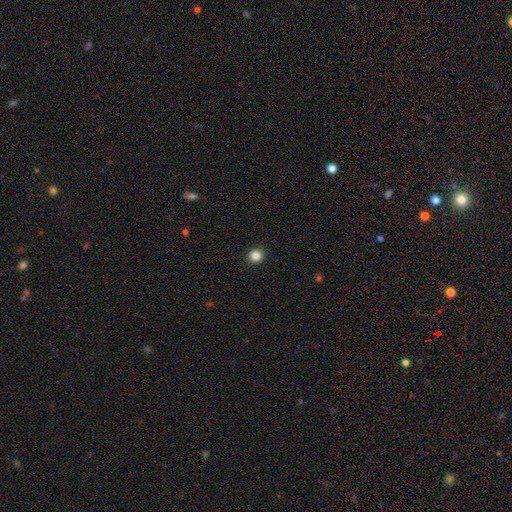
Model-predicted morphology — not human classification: This is clearly a smooth galaxy (85%). How rounded: clearly round (91%). Merging: clearly none (93%).